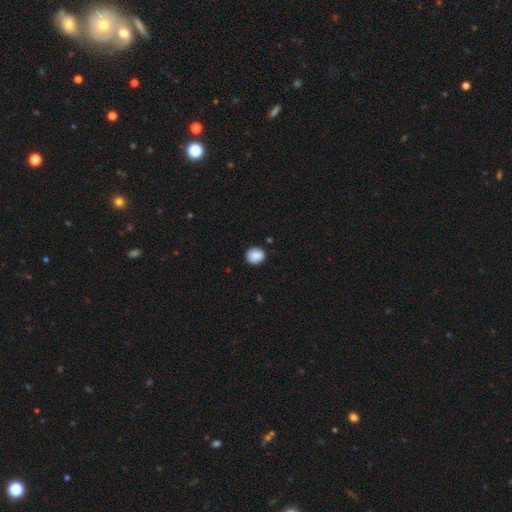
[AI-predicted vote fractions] Q: Smooth or featured?
A: smooth (89%); runner-up: star or artifact (8%)
Q: How rounded?
A: round (74%); runner-up: in between (25%)
Q: Merging?
A: none (84%); runner-up: minor disturbance (12%)